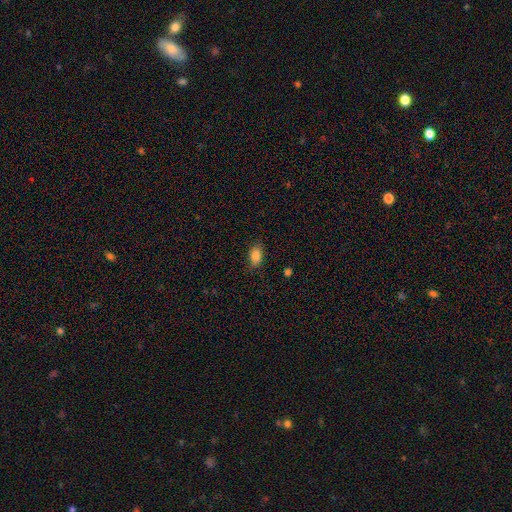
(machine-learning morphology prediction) Smooth or featured? Predicted: smooth (p=0.85). How rounded? Predicted: in between (p=0.88). Merging? Predicted: none (p=0.80).